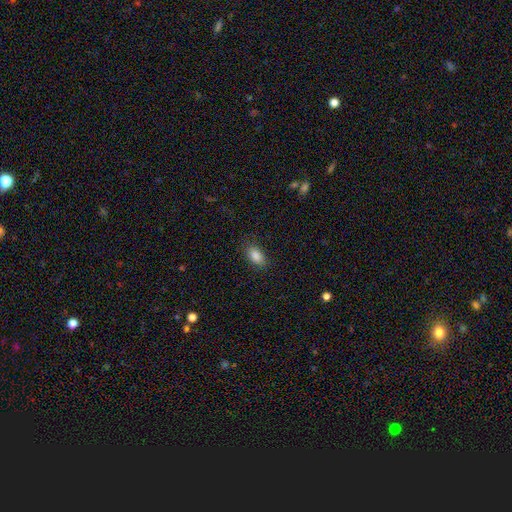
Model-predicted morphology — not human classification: Overall: smooth (87%). How rounded: in between (90%). Merging: none (85%).